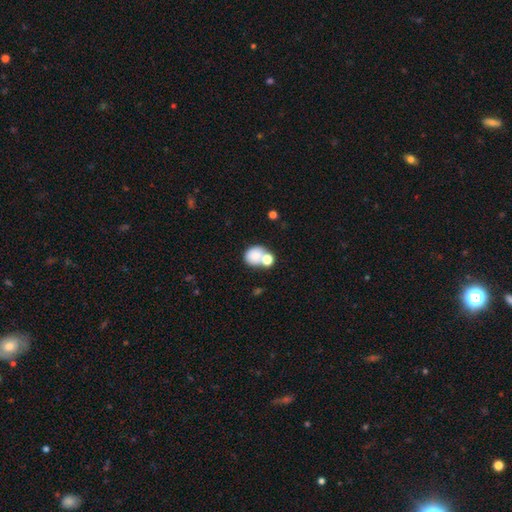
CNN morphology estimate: Overall: smooth (79%). How rounded: round (63%; in between 36%). Merging: merger (43%; none 40%).